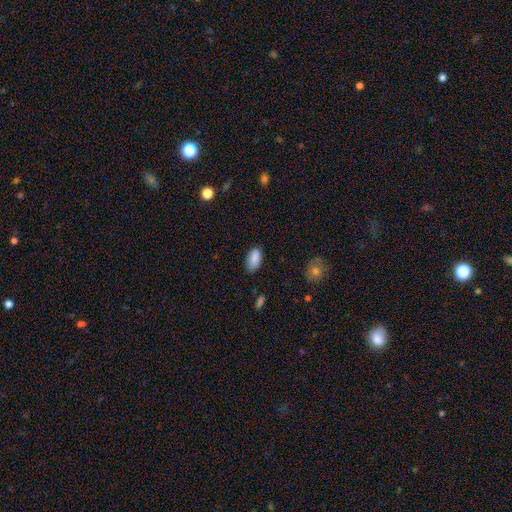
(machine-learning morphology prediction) smooth-or-featured: smooth: 87% | star or artifact: 7% | featured or disk: 5%
  how-rounded: in between: 94% | round: 4% | cigar-shaped: 3%
  merging: none: 78% | minor disturbance: 18% | major disturbance: 3% | merger: 1%